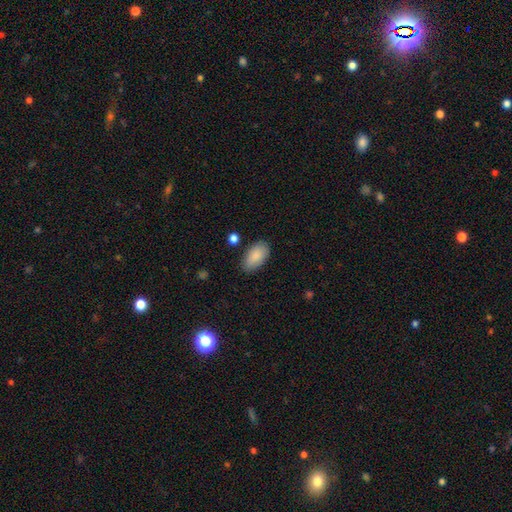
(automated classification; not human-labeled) Overall: smooth (88%). How rounded: in between (94%). Merging: none (81%).